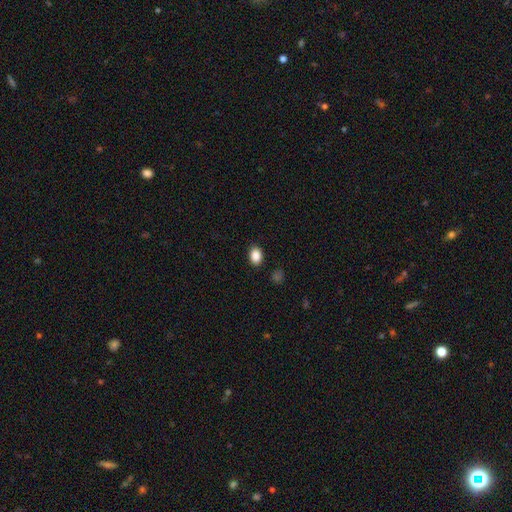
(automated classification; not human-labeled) smooth 88%, star or artifact 9%, featured or disk 3%. Down the decision tree: how rounded — in between (74%); merging — none (88%).